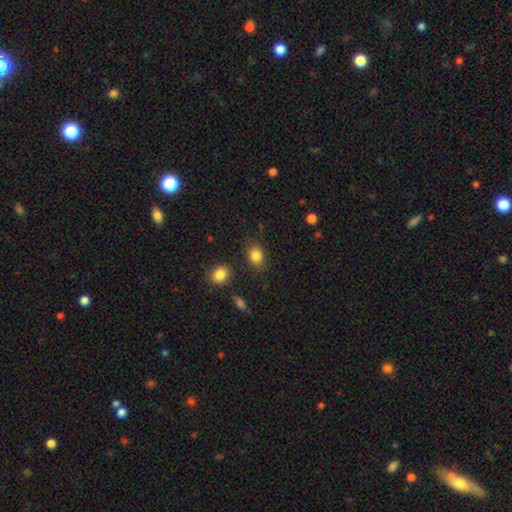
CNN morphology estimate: Q: Smooth or featured?
A: smooth (85%); runner-up: star or artifact (10%)
Q: How rounded?
A: in between (60%); runner-up: round (38%)
Q: Merging?
A: none (83%); runner-up: minor disturbance (11%)